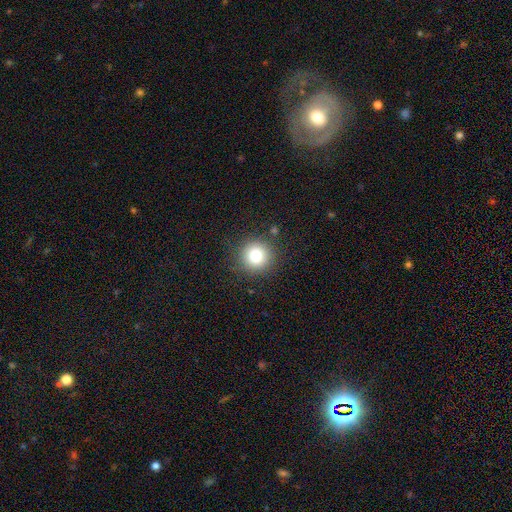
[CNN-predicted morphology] Q: Smooth or featured?
A: smooth (77%); runner-up: star or artifact (13%)
Q: How rounded?
A: round (95%); runner-up: in between (4%)
Q: Merging?
A: none (87%); runner-up: minor disturbance (8%)